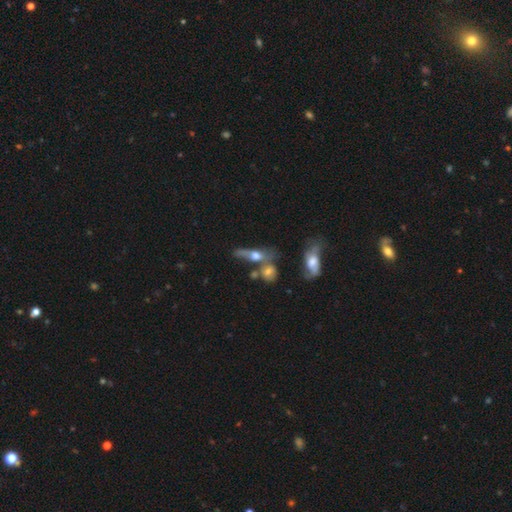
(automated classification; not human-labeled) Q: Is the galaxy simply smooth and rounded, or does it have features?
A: featured or disk — 46%.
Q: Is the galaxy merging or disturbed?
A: merger — 36%.